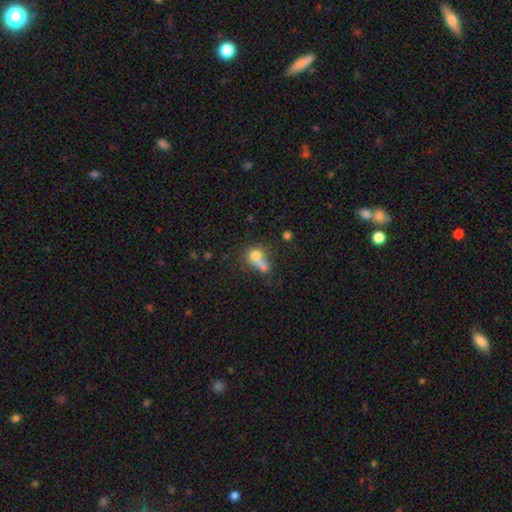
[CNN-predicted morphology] Overall: smooth (71%). How rounded: round (66%; in between 32%). Merging: merger (52%; none 27%).